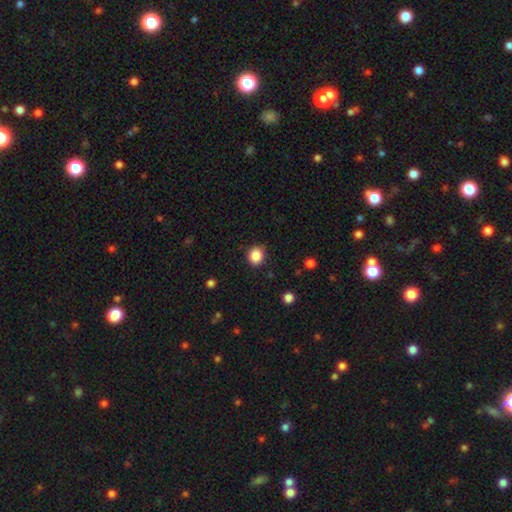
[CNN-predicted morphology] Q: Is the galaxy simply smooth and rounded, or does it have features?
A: smooth — 87%.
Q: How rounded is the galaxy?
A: round — 79%.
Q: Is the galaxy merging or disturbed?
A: none — 87%.